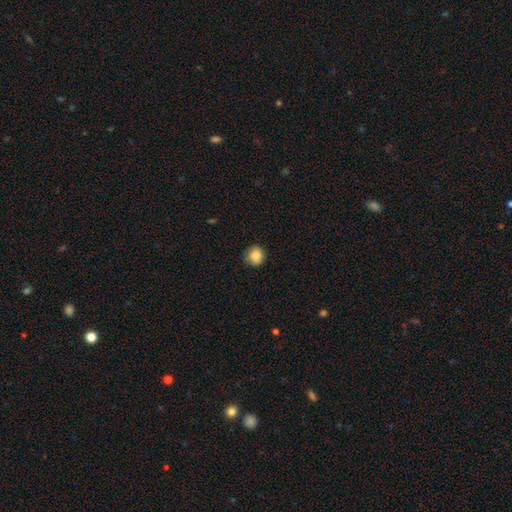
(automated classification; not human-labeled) This appears to be a smooth galaxy with no disk features (86%) that is round (87%). Merging: none (81%).